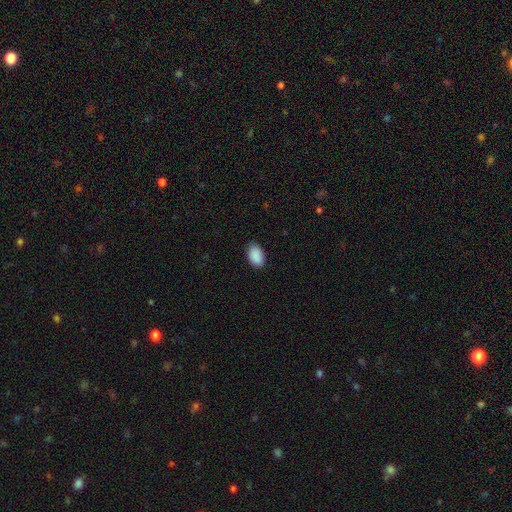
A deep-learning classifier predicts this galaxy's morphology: Smooth or featured? Predicted: smooth (p=0.90). How rounded? Predicted: in between (p=0.92). Merging? Predicted: none (p=0.85).